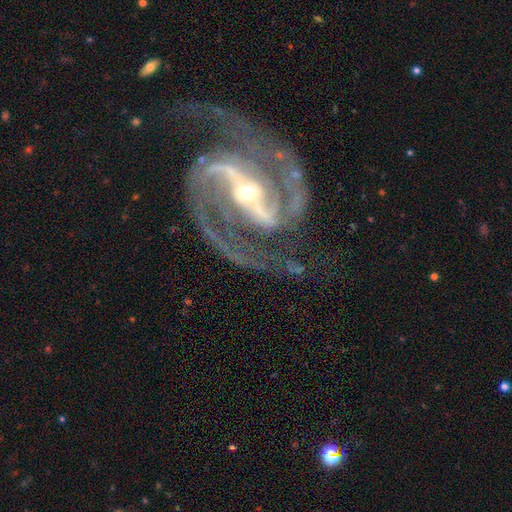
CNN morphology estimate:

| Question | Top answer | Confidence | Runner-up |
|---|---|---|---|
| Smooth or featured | featured or disk | 93% | star or artifact (5%) |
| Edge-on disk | no | 97% | yes (3%) |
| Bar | strong | 69% | weak (21%) |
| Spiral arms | yes | 98% | no (2%) |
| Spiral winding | medium | 61% | tight (22%) |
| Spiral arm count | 2 | 90% | 3 (3%) |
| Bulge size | small | 54% | moderate (42%) |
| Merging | none | 66% | minor disturbance (16%) |